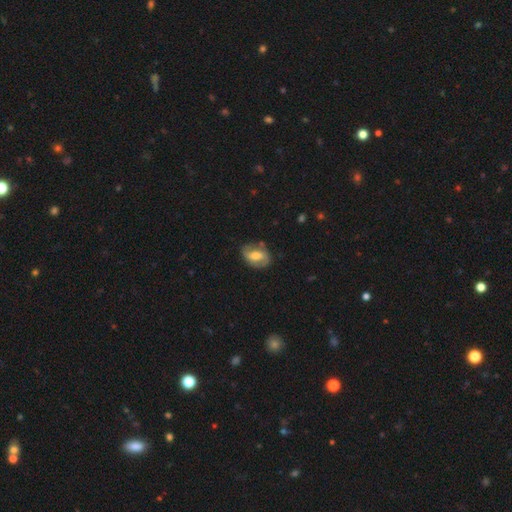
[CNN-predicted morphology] featured or disk 62%, smooth 32%, star or artifact 6%. Down the decision tree: edge-on disk — no (96%); bar — weak (42%); spiral arms — yes (78%); bulge size — moderate (59%); merging — none (75%).